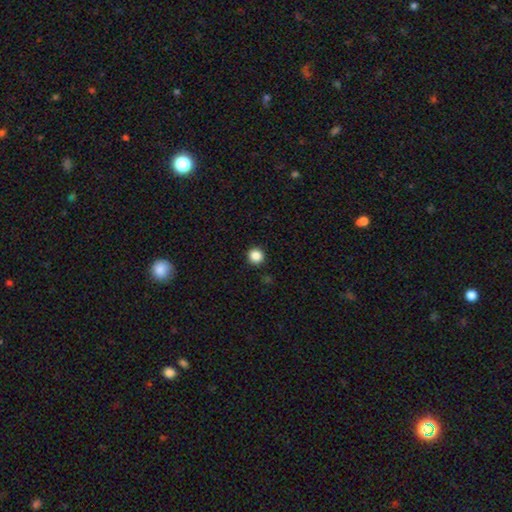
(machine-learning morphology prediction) Smooth or featured?
  - smooth: 86% *
  - star or artifact: 11%
  - featured or disk: 3%
How rounded?
  - round: 95% *
  - in between: 4%
  - cigar-shaped: 1%
Merging?
  - none: 93% *
  - minor disturbance: 4%
  - major disturbance: 2%
  - merger: 1%